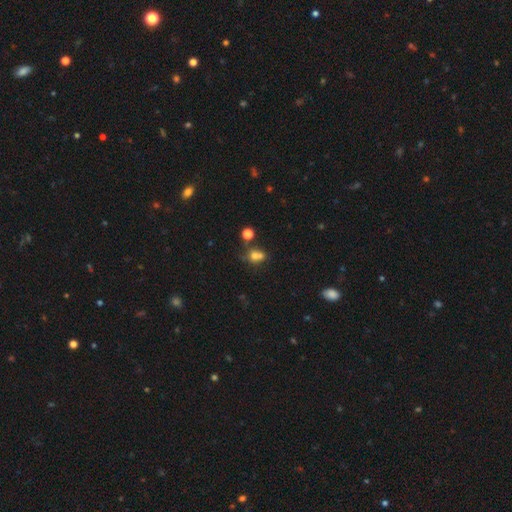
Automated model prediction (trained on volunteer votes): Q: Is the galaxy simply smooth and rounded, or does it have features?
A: smooth — 67%.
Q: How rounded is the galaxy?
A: round — 49%.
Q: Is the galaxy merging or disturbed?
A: merger — 37%.